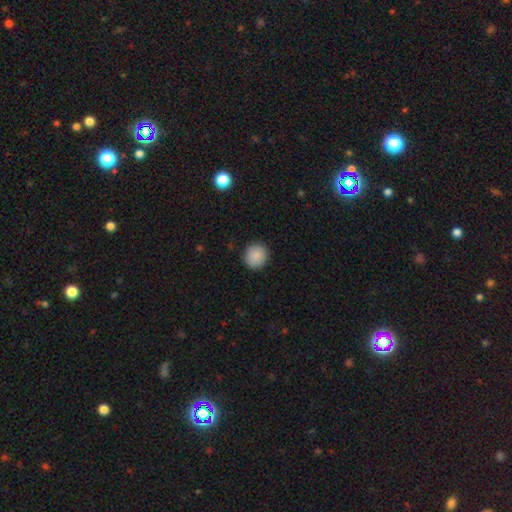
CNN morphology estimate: Smooth or featured? smooth (88%)
How rounded? round (90%)
Merging? none (90%)